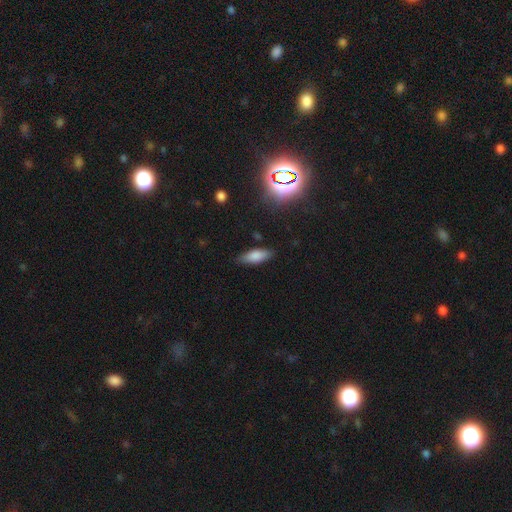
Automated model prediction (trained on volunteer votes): Morphology: type=smooth (78%); roundness=in between (70%); merging=none (83%).